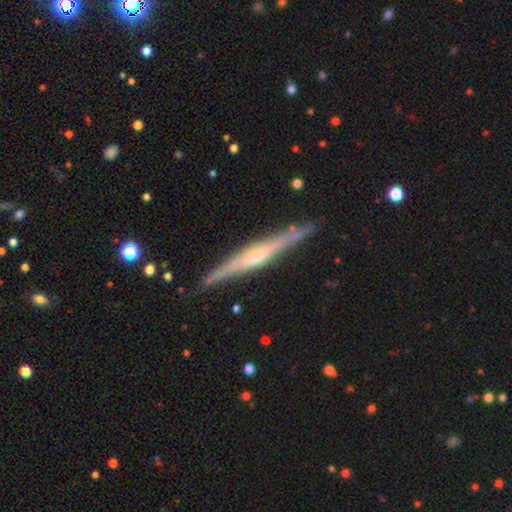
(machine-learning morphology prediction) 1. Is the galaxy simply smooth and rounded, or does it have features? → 76% featured or disk, 19% smooth, 5% star or artifact.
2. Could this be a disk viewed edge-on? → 97% yes, 3% no.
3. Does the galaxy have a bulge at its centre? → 66% rounded, 23% none, 12% boxy.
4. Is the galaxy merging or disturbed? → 87% none, 10% minor disturbance, 2% major disturbance, 2% merger.